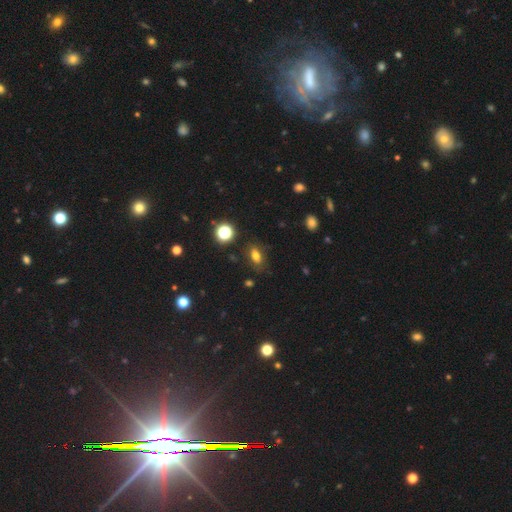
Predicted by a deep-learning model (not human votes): smooth-or-featured: smooth: 72% | star or artifact: 17% | featured or disk: 11%
  how-rounded: in between: 79% | round: 15% | cigar-shaped: 6%
  merging: none: 78% | minor disturbance: 15% | major disturbance: 5% | merger: 3%